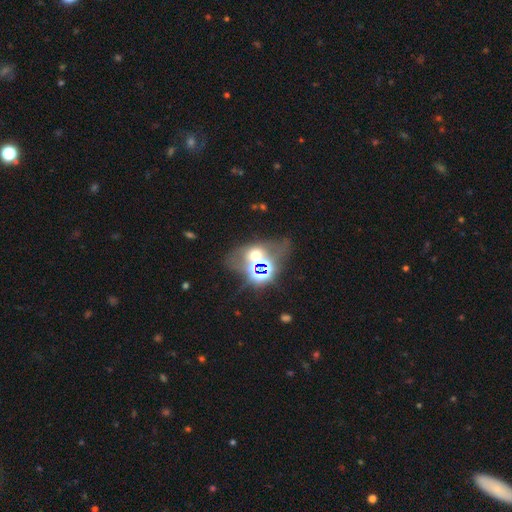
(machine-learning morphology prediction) Smooth or featured: star or artifact — 44% (smooth — 34%)